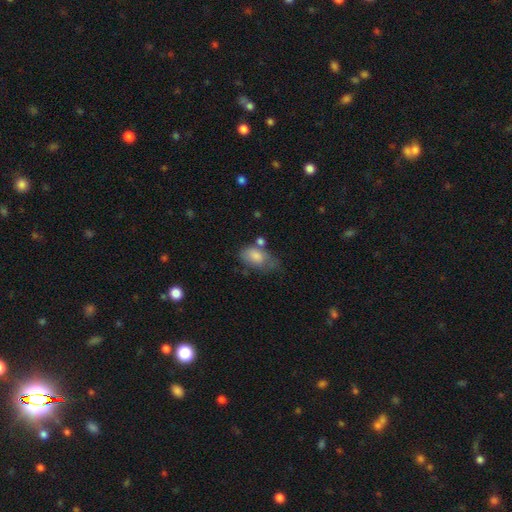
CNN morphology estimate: A smooth galaxy with no disk features (75%) that is in between round and cigar-shaped (90%).

Vote fractions:
- Smooth or featured? smooth: 75% / featured or disk: 17% / star or artifact: 8%
- How rounded? in between: 90% / round: 7% / cigar-shaped: 3%
- Merging? none: 40% / minor disturbance: 33% / major disturbance: 18% / merger: 10%